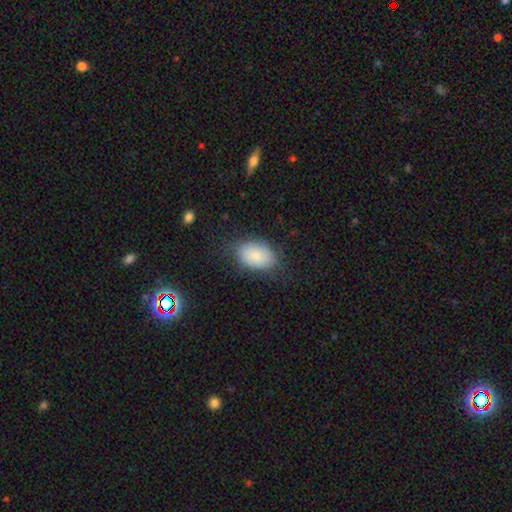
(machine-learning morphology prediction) type=smooth (85%); roundness=in between (89%); merging=none (75%).